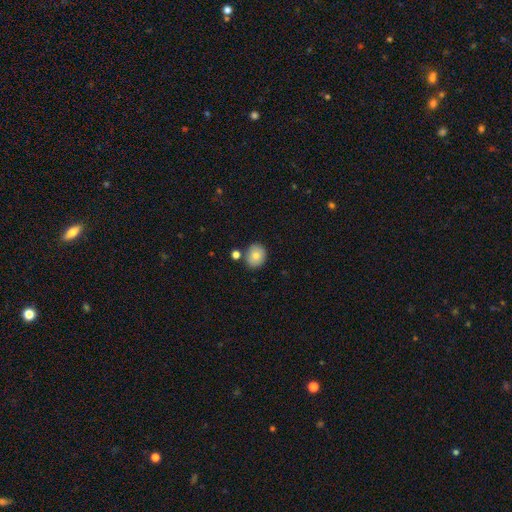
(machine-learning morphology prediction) A smooth galaxy with no disk features (79%) that is round (70%).

Vote fractions:
- Smooth or featured? smooth: 79% / featured or disk: 11% / star or artifact: 9%
- How rounded? round: 70% / in between: 29% / cigar-shaped: 1%
- Merging? none: 78% / minor disturbance: 10% / merger: 10% / major disturbance: 2%